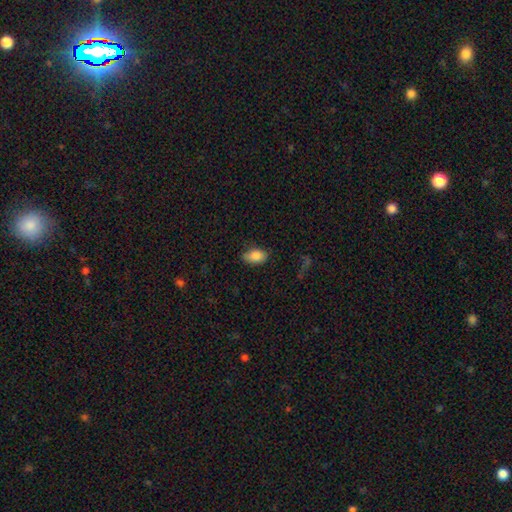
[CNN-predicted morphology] Overall: smooth (86%). How rounded: in between (91%). Merging: none (78%).